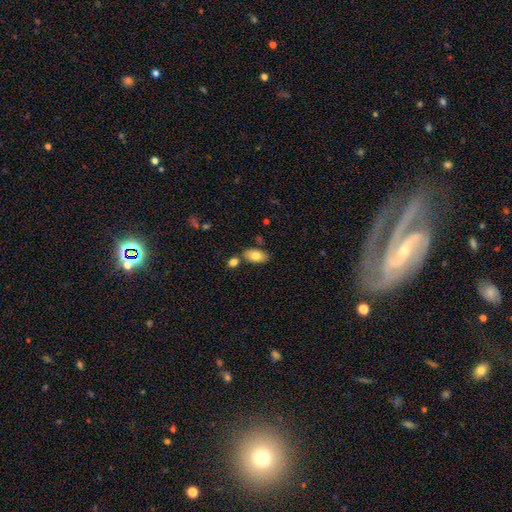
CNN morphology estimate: Smooth or featured? Predicted: smooth (p=0.81). How rounded? Predicted: in between (p=0.92). Merging? Predicted: none (p=0.73).